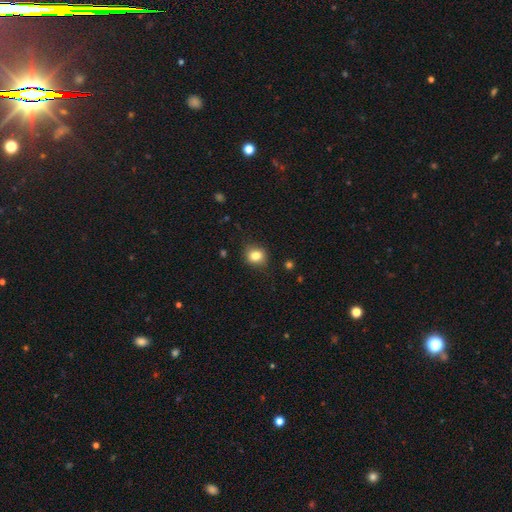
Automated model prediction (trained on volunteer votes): Morphology: type=smooth (82%); roundness=round (74%); merging=none (84%).